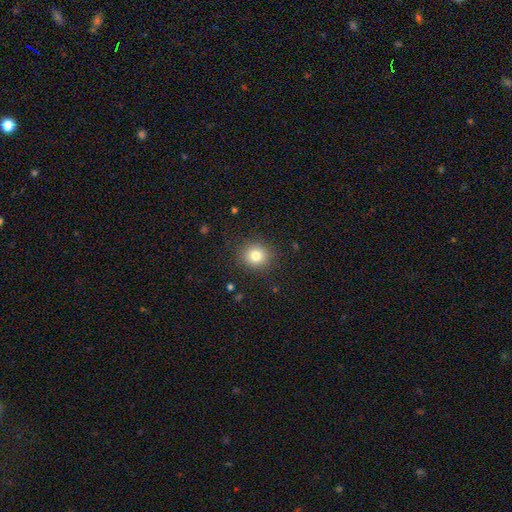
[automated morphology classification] Smooth or featured? smooth (80%)
How rounded? round (89%)
Merging? none (89%)